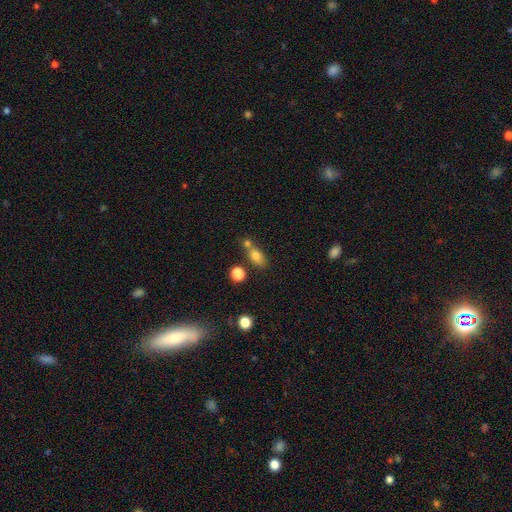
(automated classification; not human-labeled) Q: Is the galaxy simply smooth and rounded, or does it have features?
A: smooth — 77%.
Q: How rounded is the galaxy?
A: in between — 71%.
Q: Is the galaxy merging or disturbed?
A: none — 50%.